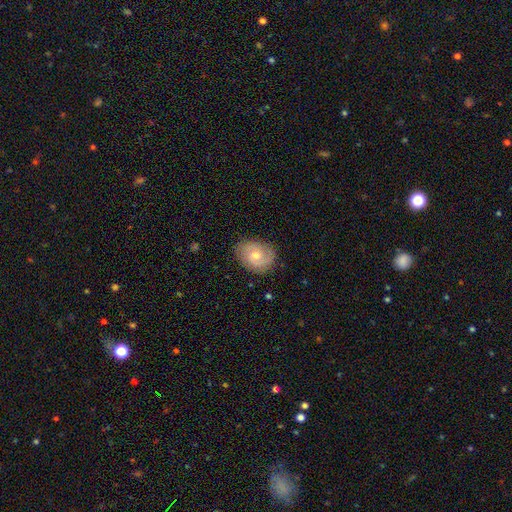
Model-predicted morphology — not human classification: type=featured or disk (66%); edge-on=no (97%); bar=no (66%); spiral arms=yes (88%); winding=tight (51%); arm count=2 (64%); bulge=moderate (59%); merging=none (79%).